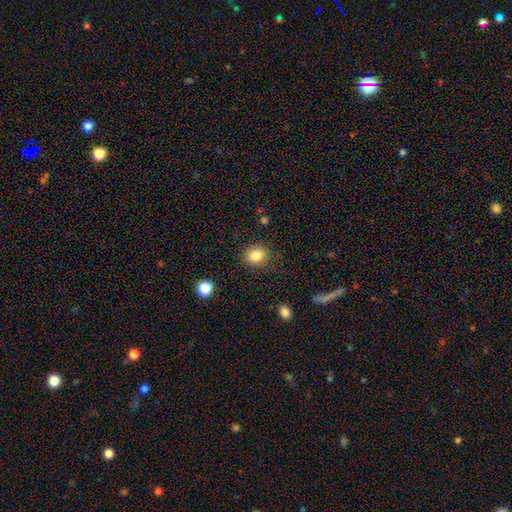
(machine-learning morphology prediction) A smooth galaxy with no disk features (84%) that is round (68%). Merging: none (85%).